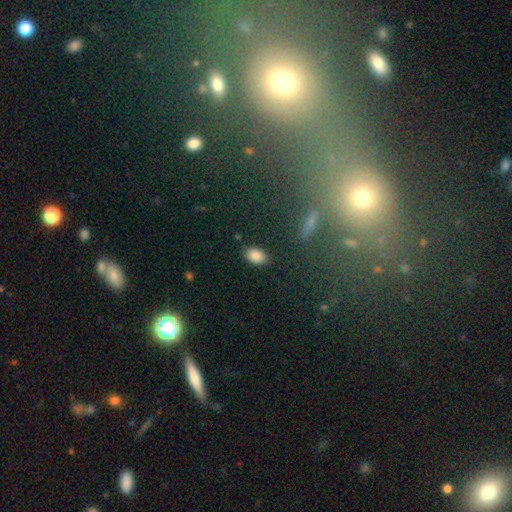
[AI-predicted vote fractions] Smooth or featured?
  - smooth: 86% *
  - star or artifact: 9%
  - featured or disk: 5%
How rounded?
  - in between: 88% *
  - round: 11%
  - cigar-shaped: 1%
Merging?
  - none: 85% *
  - minor disturbance: 11%
  - major disturbance: 3%
  - merger: 2%